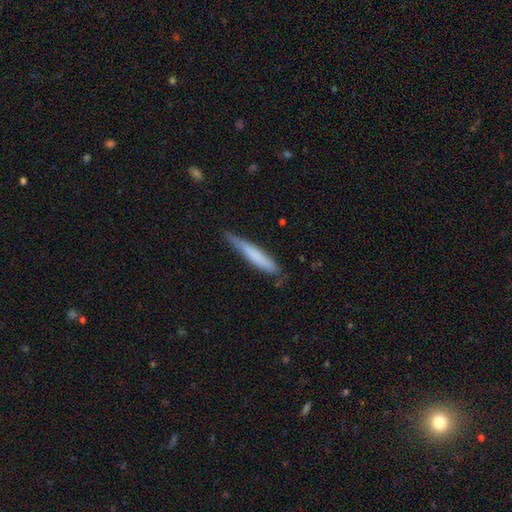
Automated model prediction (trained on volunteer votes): smooth_or_featured: smooth (p=0.67) [alt: featured or disk p=0.28]
how_rounded: cigar-shaped (p=0.93) [alt: in between p=0.06]
merging: none (p=0.68) [alt: minor disturbance p=0.26]